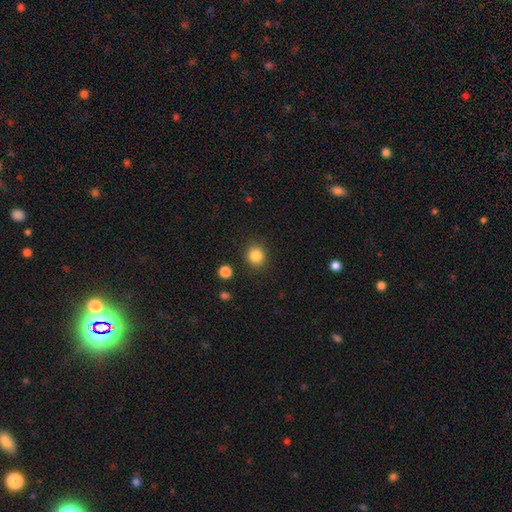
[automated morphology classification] Q: Smooth or featured?
A: smooth (85%); runner-up: star or artifact (10%)
Q: How rounded?
A: round (87%); runner-up: in between (12%)
Q: Merging?
A: none (89%); runner-up: minor disturbance (7%)